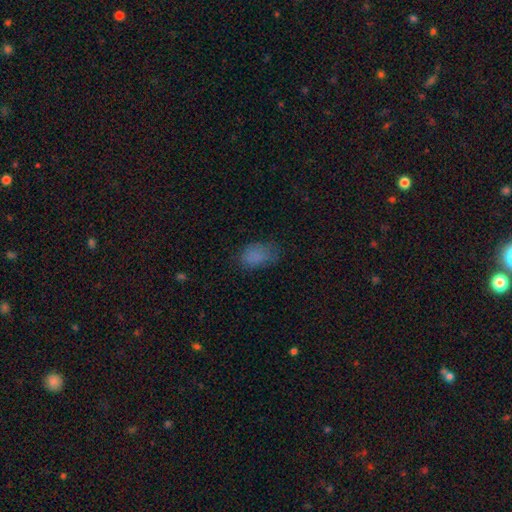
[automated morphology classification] Smooth or featured?
  - smooth: 79% *
  - star or artifact: 13%
  - featured or disk: 8%
How rounded?
  - in between: 86% *
  - round: 12%
  - cigar-shaped: 2%
Merging?
  - none: 61% *
  - minor disturbance: 26%
  - major disturbance: 11%
  - merger: 2%